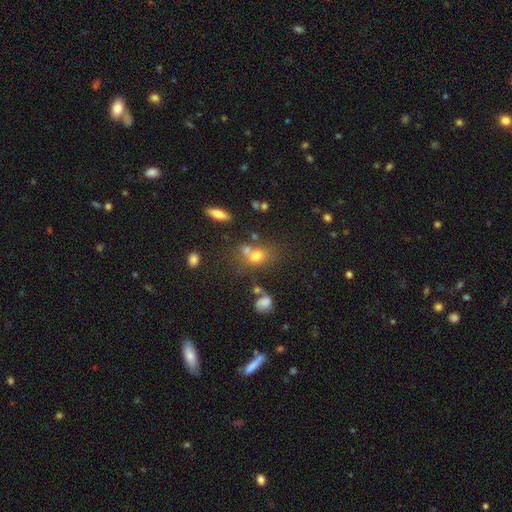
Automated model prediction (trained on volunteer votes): The model was most divided on "how rounded": round: 51%, in between: 46%, cigar-shaped: 3%. Remaining: smooth or featured — smooth (64%); merging — none (50%).